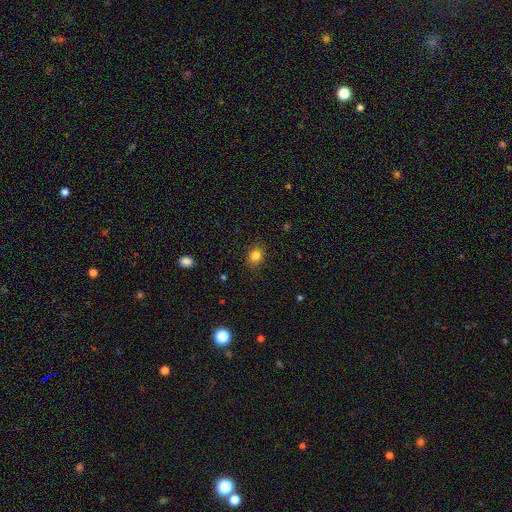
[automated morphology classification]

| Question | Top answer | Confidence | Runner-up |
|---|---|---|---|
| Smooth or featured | smooth | 83% | star or artifact (11%) |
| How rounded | round | 50% | in between (49%) |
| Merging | none | 86% | minor disturbance (11%) |